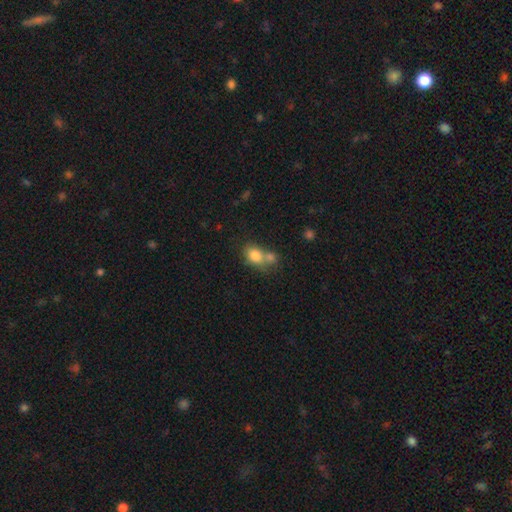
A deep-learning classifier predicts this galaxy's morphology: Smooth or featured? smooth (79%)
How rounded? in between (55%)
Merging? merger (50%)